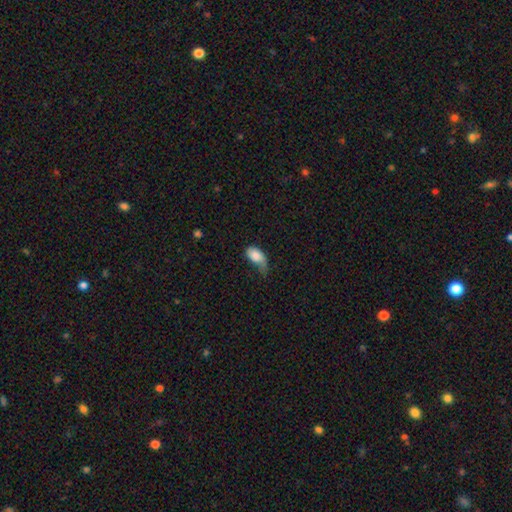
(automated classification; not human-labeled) Smooth or featured? Predicted: smooth (p=0.81). How rounded? Predicted: in between (p=0.92). Merging? Predicted: minor disturbance (p=0.42).